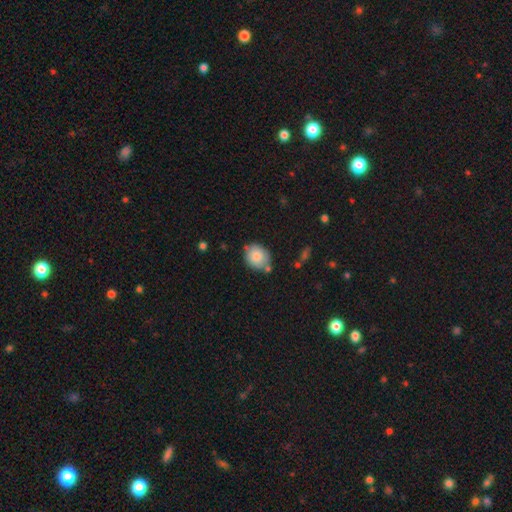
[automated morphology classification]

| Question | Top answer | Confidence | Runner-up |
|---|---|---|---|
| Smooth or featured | smooth | 82% | featured or disk (10%) |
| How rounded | round | 56% | in between (43%) |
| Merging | none | 71% | minor disturbance (18%) |